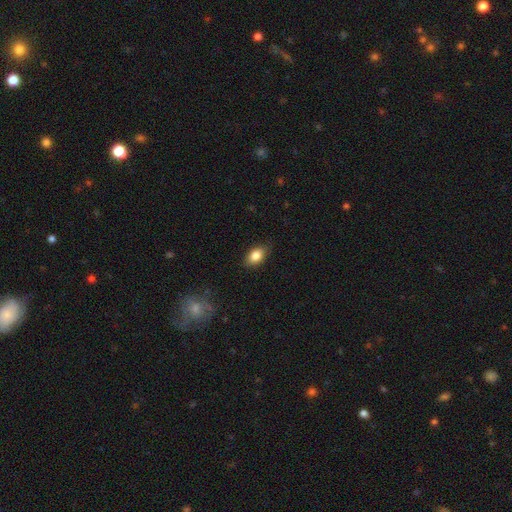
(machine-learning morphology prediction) Smooth or featured?
  - smooth: 84% *
  - featured or disk: 8%
  - star or artifact: 8%
How rounded?
  - in between: 87% *
  - round: 11%
  - cigar-shaped: 3%
Merging?
  - none: 84% *
  - minor disturbance: 12%
  - major disturbance: 2%
  - merger: 1%